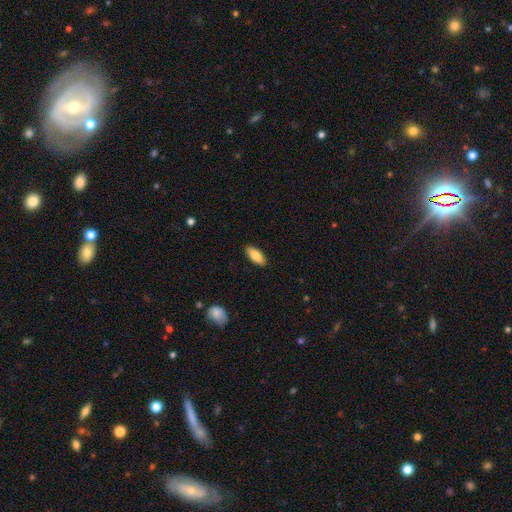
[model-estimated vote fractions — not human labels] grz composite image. It shows a smooth galaxy with no disk features (83%) that is in between round and cigar-shaped (81%). Merging: none (89%).